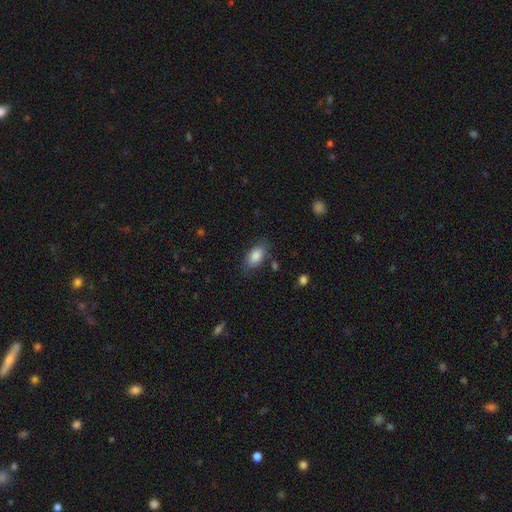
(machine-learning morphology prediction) Smooth or featured? Predicted: smooth (p=0.85). How rounded? Predicted: in between (p=0.91). Merging? Predicted: none (p=0.78).